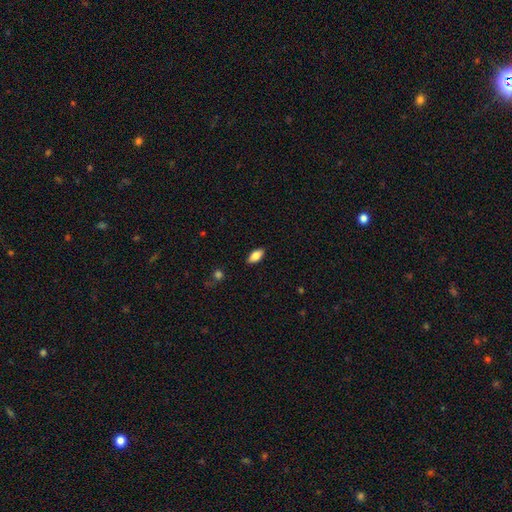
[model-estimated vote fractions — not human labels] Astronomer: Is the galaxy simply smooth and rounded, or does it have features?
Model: smooth — 82%.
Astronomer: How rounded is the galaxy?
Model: in between — 90%.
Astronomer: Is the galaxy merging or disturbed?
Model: none — 88%.